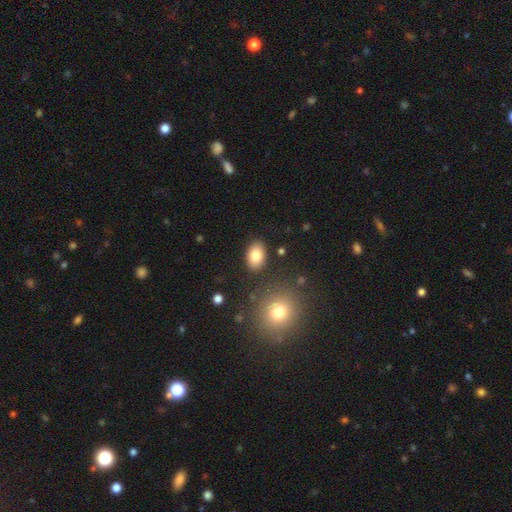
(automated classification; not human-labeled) smooth_or_featured: smooth (p=0.83) [alt: featured or disk p=0.09]
how_rounded: in between (p=0.84) [alt: round p=0.15]
merging: none (p=0.85) [alt: minor disturbance p=0.09]